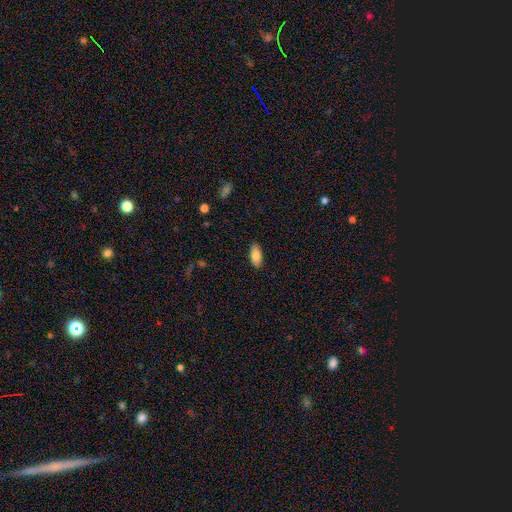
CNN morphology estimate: This is clearly a smooth galaxy (85%). How rounded: clearly in between (88%). Merging: clearly none (88%).